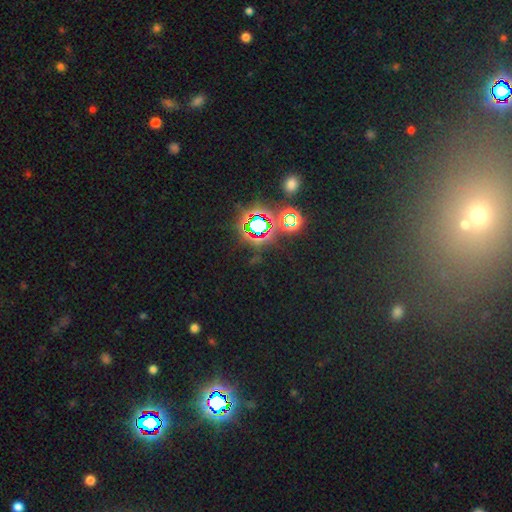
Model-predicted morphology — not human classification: star or artifact 78%, smooth 14%, featured or disk 8%.